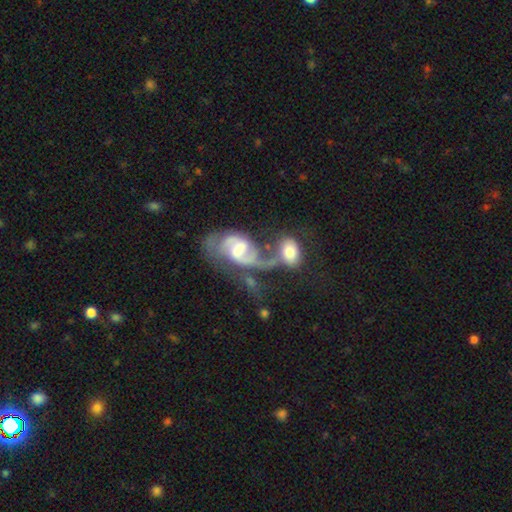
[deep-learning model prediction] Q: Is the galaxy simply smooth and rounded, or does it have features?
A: featured or disk — 81%.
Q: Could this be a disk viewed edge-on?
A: no — 96%.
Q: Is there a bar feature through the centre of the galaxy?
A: weak — 49%.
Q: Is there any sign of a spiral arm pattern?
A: yes — 91%.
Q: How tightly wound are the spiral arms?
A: medium — 47%.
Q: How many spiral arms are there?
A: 2 — 77%.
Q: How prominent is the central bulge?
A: moderate — 46%.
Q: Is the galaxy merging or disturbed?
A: merger — 51%.